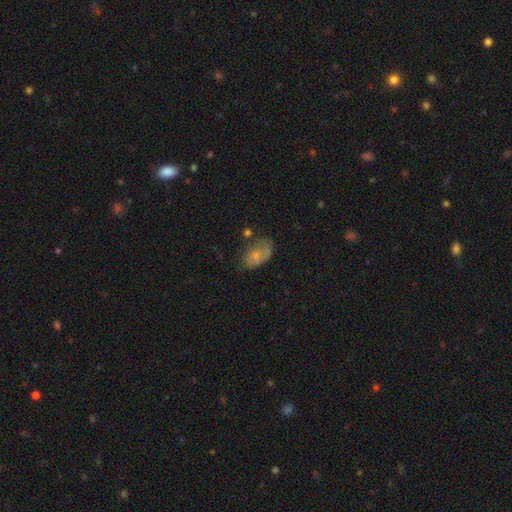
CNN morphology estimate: The model was most divided on "merging": none: 43%, minor disturbance: 31%, major disturbance: 20%, merger: 7%. More confident: how rounded — in between (90%); smooth or featured — smooth (64%).